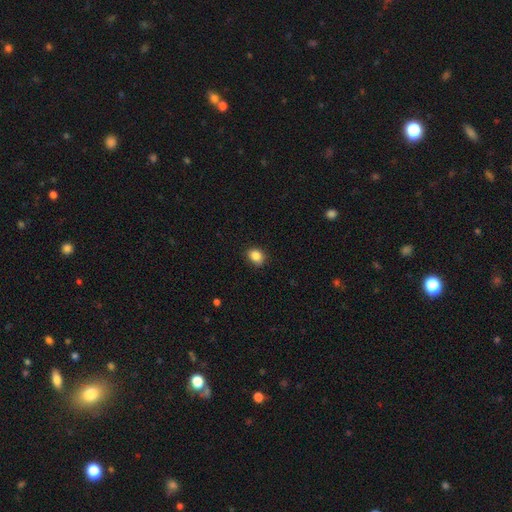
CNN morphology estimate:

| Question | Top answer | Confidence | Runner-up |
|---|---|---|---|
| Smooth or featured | smooth | 86% | star or artifact (10%) |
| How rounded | round | 54% | in between (45%) |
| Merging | none | 81% | minor disturbance (15%) |